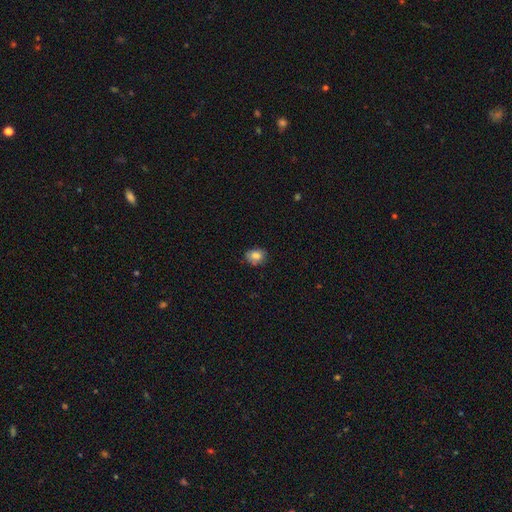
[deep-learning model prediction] This appears to be a smooth galaxy with no disk features (81%) that is in between round and cigar-shaped (51%). Merging: none (76%).